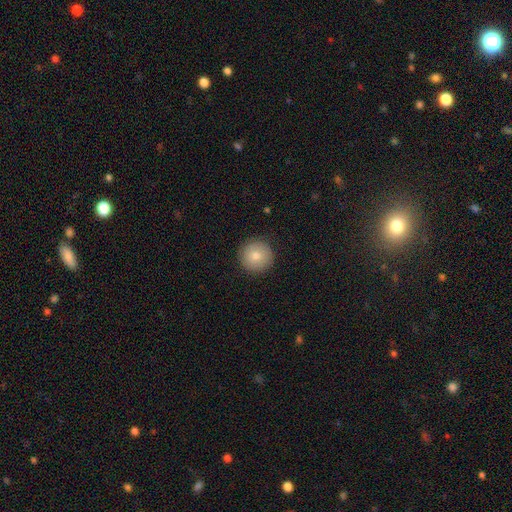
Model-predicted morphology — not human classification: type=smooth (82%); roundness=round (96%); merging=none (90%).